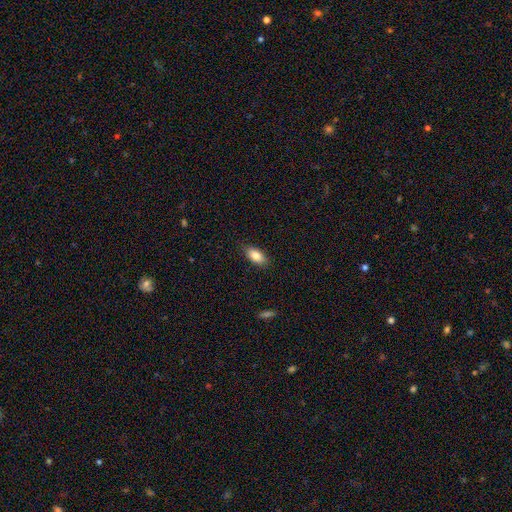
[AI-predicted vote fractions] A smooth galaxy with no disk features (84%) that is in between round and cigar-shaped (90%). Merging: none (86%).